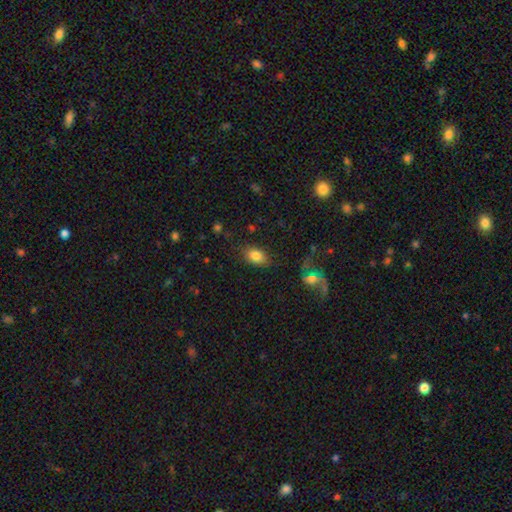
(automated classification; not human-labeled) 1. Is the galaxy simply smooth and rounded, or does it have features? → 83% smooth, 9% featured or disk, 9% star or artifact.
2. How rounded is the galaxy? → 87% in between, 12% round, 2% cigar-shaped.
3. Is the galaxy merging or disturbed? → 81% none, 13% minor disturbance, 4% major disturbance, 2% merger.